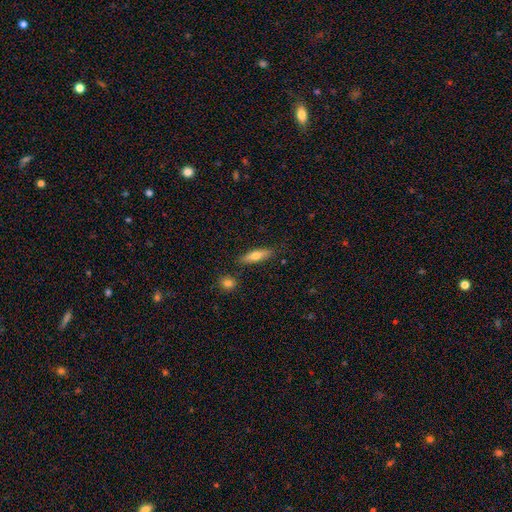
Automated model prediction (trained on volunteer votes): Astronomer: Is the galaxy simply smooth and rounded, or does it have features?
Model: smooth — 63%.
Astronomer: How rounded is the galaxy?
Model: cigar-shaped — 63%.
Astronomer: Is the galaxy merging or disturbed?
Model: none — 83%.